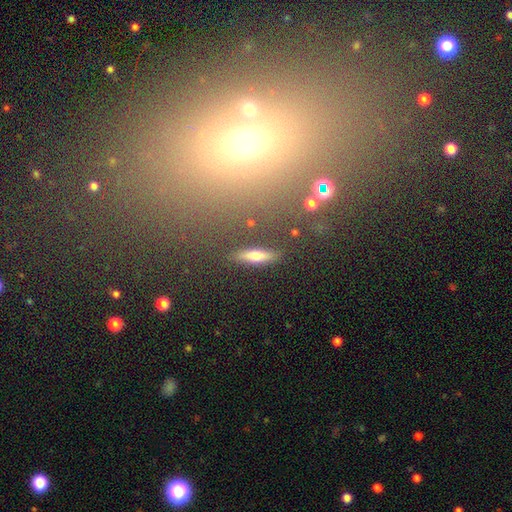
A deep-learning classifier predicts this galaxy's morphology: Smooth or featured? smooth (58%)
How rounded? cigar-shaped (69%)
Merging? none (84%)